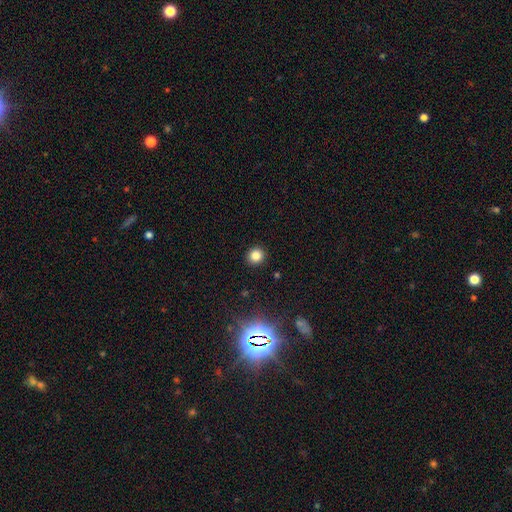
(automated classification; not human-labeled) smooth 82%, star or artifact 13%, featured or disk 5%. Down the decision tree: how rounded — round (90%); merging — none (92%).